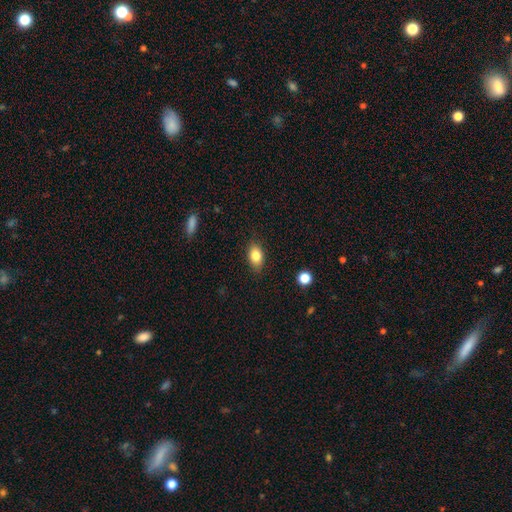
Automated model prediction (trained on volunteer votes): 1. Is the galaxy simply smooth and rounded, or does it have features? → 82% smooth, 9% featured or disk, 9% star or artifact.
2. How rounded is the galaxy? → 84% in between, 13% round, 3% cigar-shaped.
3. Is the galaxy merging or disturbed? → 84% none, 12% minor disturbance, 3% major disturbance, 1% merger.